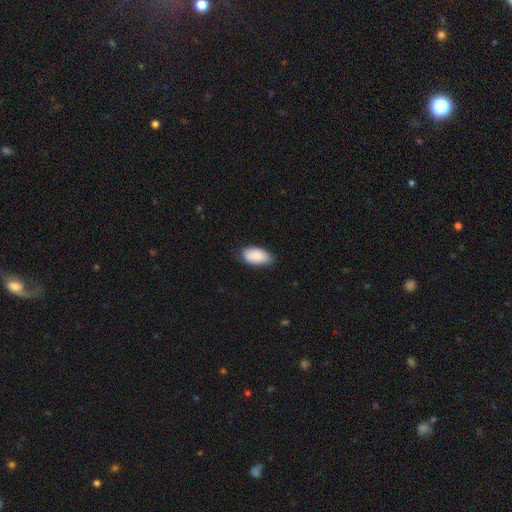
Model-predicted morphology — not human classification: smooth-or-featured: smooth: 89% | star or artifact: 6% | featured or disk: 5%
  how-rounded: in between: 94% | cigar-shaped: 4% | round: 2%
  merging: none: 74% | minor disturbance: 22% | major disturbance: 3% | merger: 1%